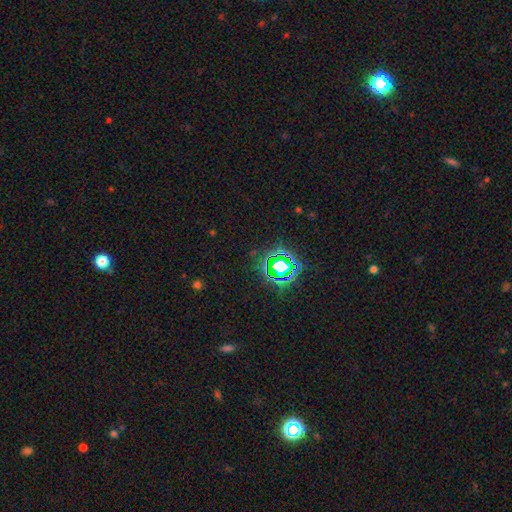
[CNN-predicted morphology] Smooth or featured: star or artifact — 77% (smooth — 15%)